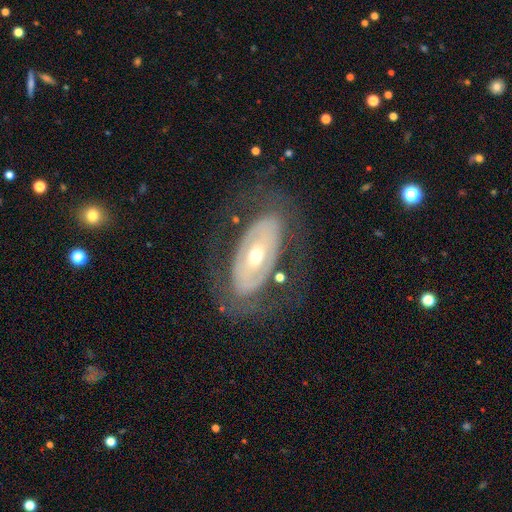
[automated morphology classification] A featured or disk galaxy (71%) with no bar (60%), no spiral arms (63%) and a moderate central bulge (58%). Merging: none (70%).